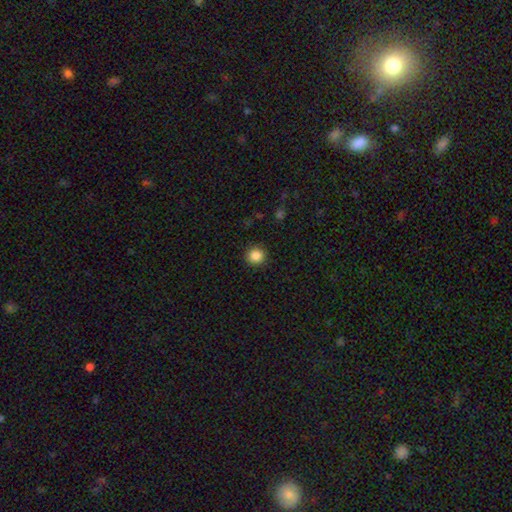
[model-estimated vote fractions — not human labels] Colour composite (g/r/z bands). It shows a smooth galaxy with no disk features (86%) that is round (93%). Merging: none (91%).